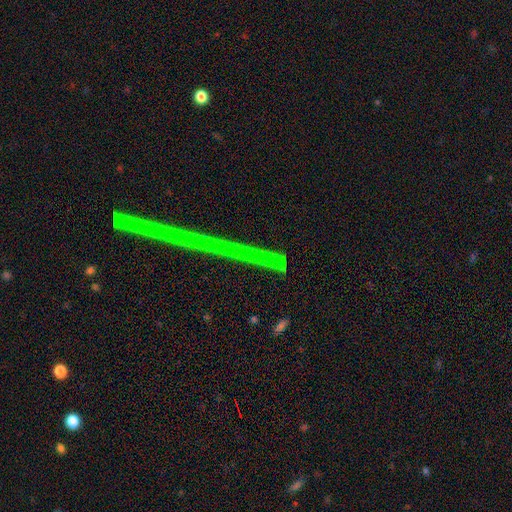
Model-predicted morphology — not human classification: Smooth or featured? star or artifact (68%)